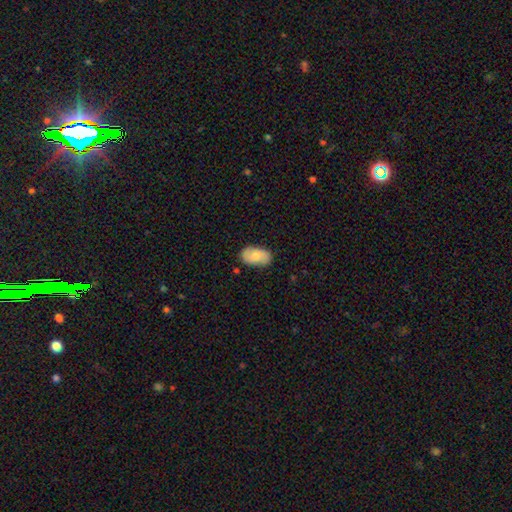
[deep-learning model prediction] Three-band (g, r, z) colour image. It shows a smooth galaxy with no disk features (69%) that is in between round and cigar-shaped (94%). Merging: none (80%).